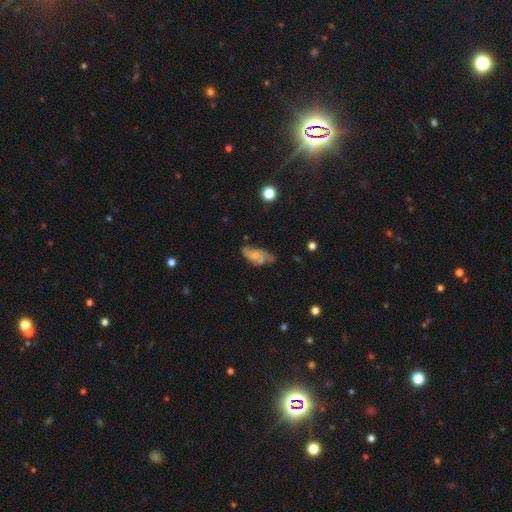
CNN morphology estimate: A featured or disk galaxy (55%) with no bar (71%), spiral arms (76%) and a small central bulge (55%).

Vote fractions:
- Smooth or featured? featured or disk: 55% / smooth: 36% / star or artifact: 9%
- Edge-on disk? no: 92% / yes: 8%
- Bar? no: 71% / weak: 24% / strong: 4%
- Spiral arms? yes: 76% / no: 24%
- Bulge size? small: 55% / none: 21% / moderate: 20% / large: 2% / dominant: 1%
- Merging? none: 45% / minor disturbance: 29% / major disturbance: 16% / merger: 10%